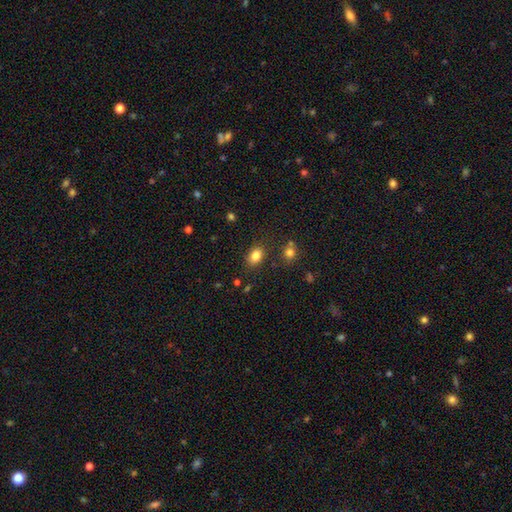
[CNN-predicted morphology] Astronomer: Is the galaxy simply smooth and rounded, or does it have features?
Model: smooth — 83%.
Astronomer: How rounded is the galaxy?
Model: in between — 79%.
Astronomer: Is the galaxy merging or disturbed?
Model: none — 82%.